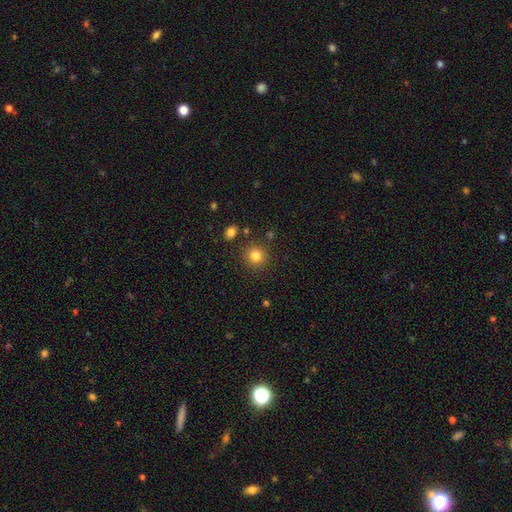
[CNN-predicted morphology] The model was most divided on "smooth or featured": smooth: 83%, star or artifact: 11%, featured or disk: 5%. More confident: how rounded — round (92%); merging — none (87%).